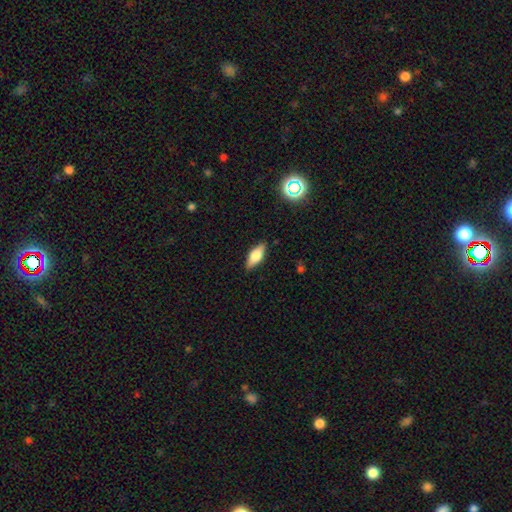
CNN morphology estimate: A smooth galaxy with no disk features (62%) that is in between round and cigar-shaped (75%).

Vote fractions:
- Smooth or featured? smooth: 62% / featured or disk: 30% / star or artifact: 8%
- How rounded? in between: 75% / cigar-shaped: 22% / round: 3%
- Merging? none: 86% / minor disturbance: 10% / major disturbance: 2% / merger: 1%